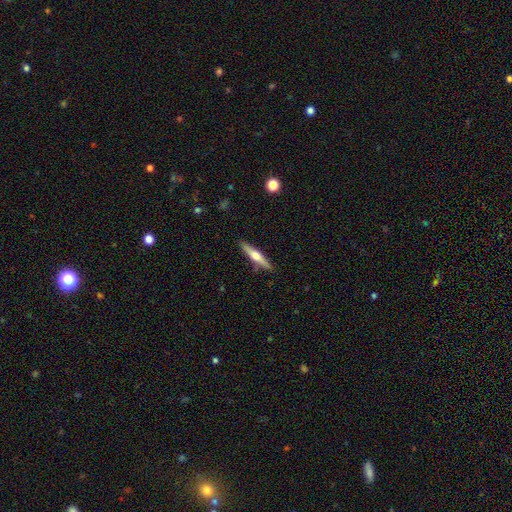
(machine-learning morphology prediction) Overall: featured or disk (61%; smooth 33%). Edge-on disk: yes (97%). Edge-on bulge: rounded (92%). Merging: none (89%).